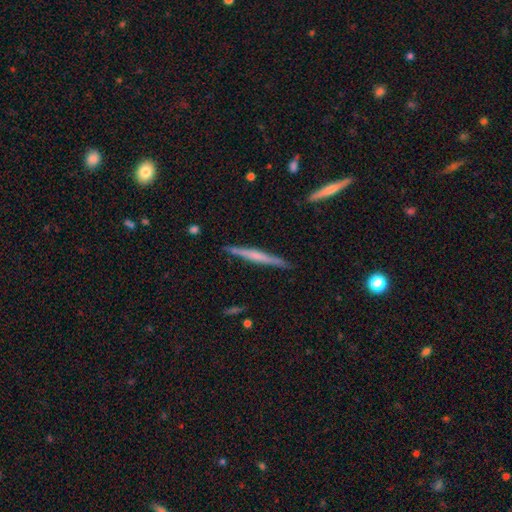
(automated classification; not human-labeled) featured or disk 57%, smooth 38%, star or artifact 6%. Down the decision tree: edge-on disk — yes (97%); edge-on bulge — none (49%); merging — none (89%).